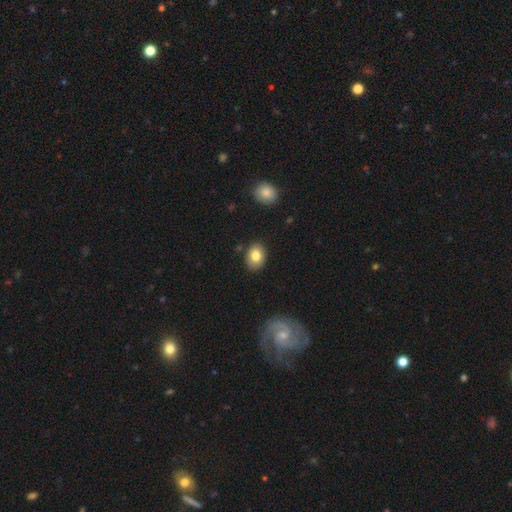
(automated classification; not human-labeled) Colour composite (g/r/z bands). It shows a smooth galaxy with no disk features (80%) that is in between round and cigar-shaped (69%). Merging: none (86%).